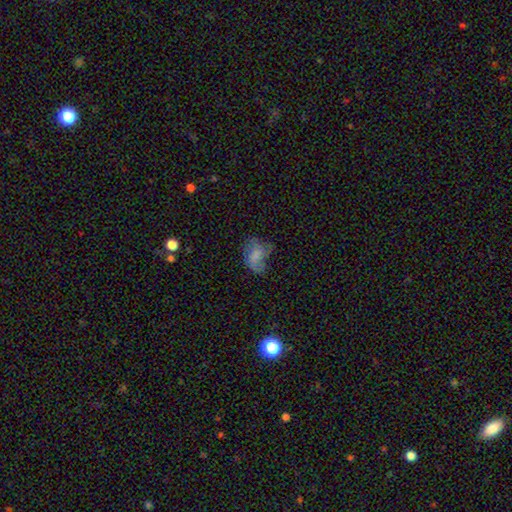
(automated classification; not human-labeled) Smooth or featured?
  - smooth: 58% *
  - featured or disk: 30%
  - star or artifact: 12%
How rounded?
  - in between: 78% *
  - round: 21%
  - cigar-shaped: 2%
Merging?
  - none: 39% *
  - major disturbance: 31%
  - minor disturbance: 28%
  - merger: 3%